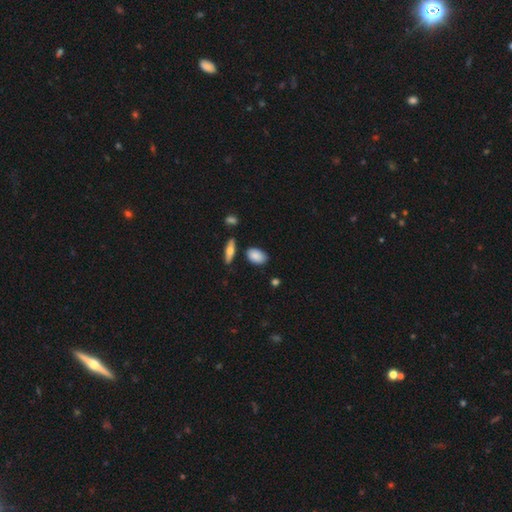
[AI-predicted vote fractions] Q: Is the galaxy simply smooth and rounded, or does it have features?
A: smooth — 84%.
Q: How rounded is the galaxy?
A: in between — 87%.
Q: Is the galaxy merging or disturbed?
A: none — 75%.